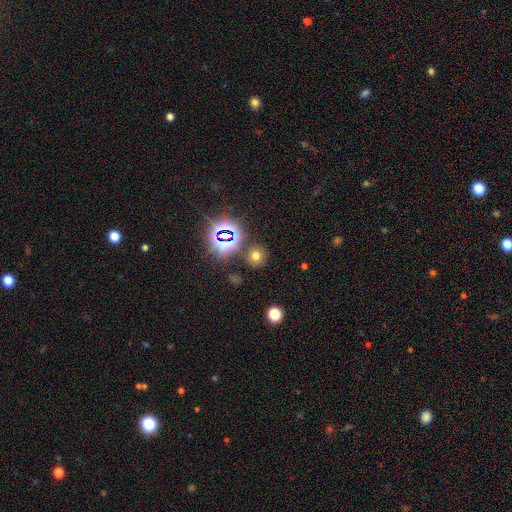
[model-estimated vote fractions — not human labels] Smooth or featured: smooth — 64% (star or artifact — 28%)
How rounded: round — 89% (in between — 10%)
Merging: none — 85% (minor disturbance — 7%)